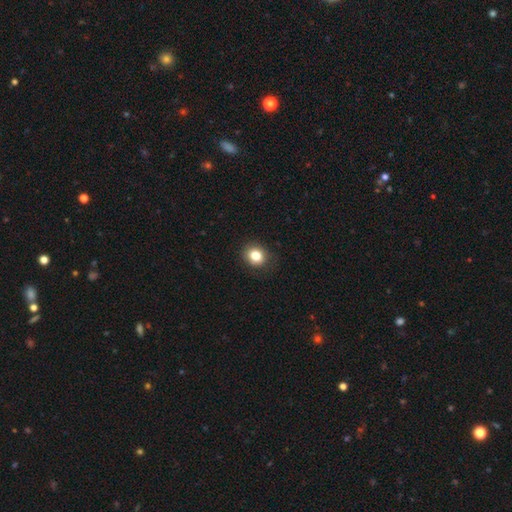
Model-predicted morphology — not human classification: This is clearly a smooth galaxy (82%). How rounded: likely round (71%). Merging: clearly none (86%).